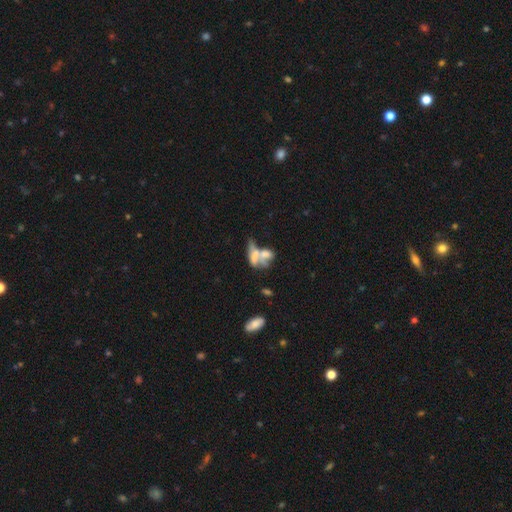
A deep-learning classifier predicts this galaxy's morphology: smooth 54%, featured or disk 35%, star or artifact 12%. Down the decision tree: how rounded — in between (71%); merging — merger (63%).